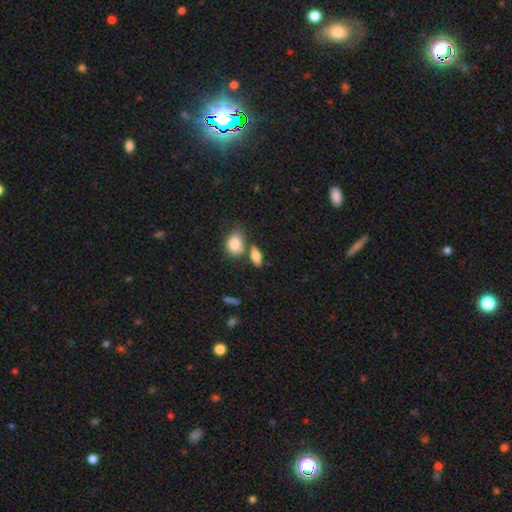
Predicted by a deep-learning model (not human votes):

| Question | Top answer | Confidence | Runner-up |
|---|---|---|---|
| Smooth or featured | smooth | 77% | featured or disk (15%) |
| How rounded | in between | 80% | cigar-shaped (11%) |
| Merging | none | 57% | merger (26%) |